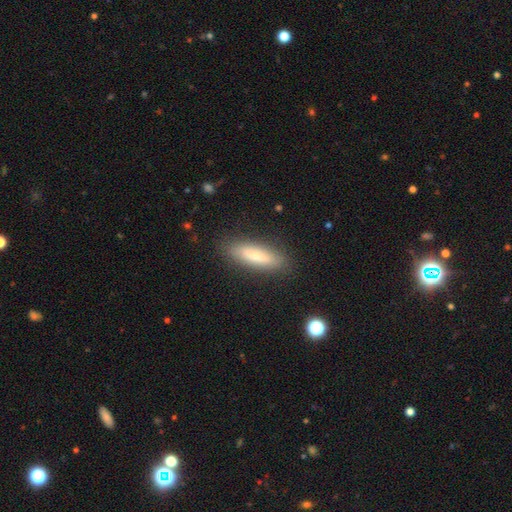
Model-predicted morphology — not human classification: Overall: smooth (78%). How rounded: cigar-shaped (63%; in between 36%). Merging: none (87%).